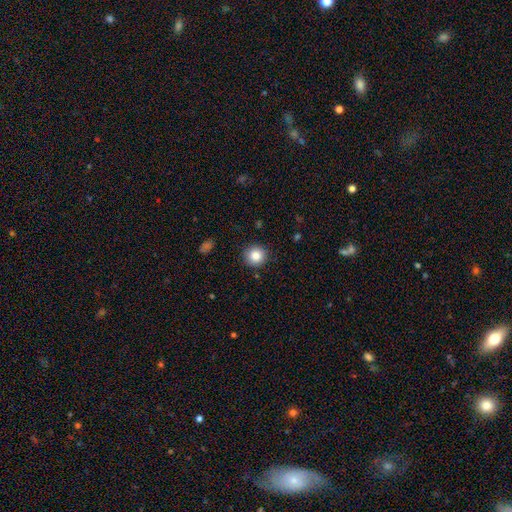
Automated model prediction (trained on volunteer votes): smooth 84%, star or artifact 10%, featured or disk 6%. Down the decision tree: how rounded — round (93%); merging — none (90%).